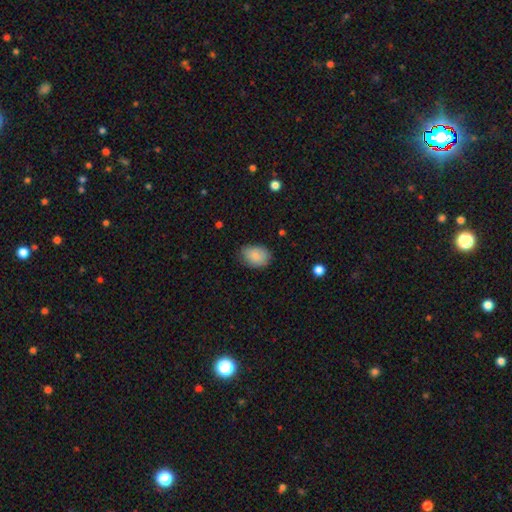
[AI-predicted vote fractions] A smooth galaxy with no disk features (85%) that is in between round and cigar-shaped (77%). Merging: none (73%).